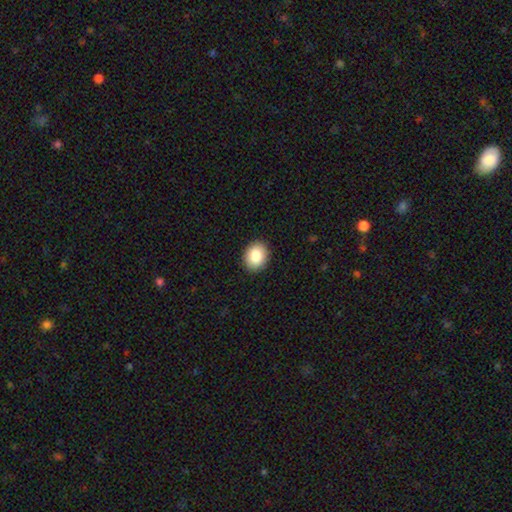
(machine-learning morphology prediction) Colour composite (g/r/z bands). It shows a smooth galaxy with no disk features (86%) that is in between round and cigar-shaped (53%). Merging: none (91%).